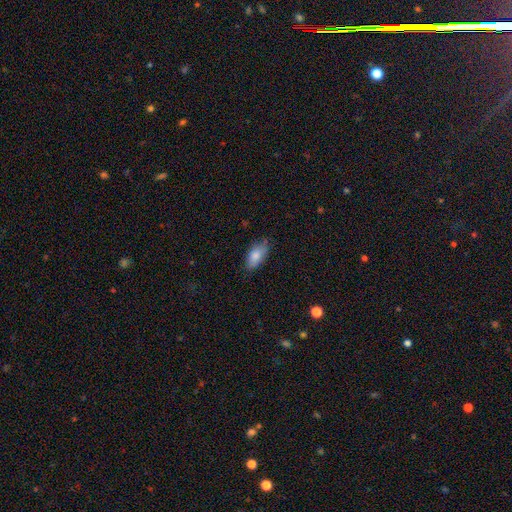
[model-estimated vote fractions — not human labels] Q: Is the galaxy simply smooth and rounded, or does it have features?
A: smooth — 82%.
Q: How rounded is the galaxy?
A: in between — 91%.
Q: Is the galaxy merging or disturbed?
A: none — 74%.